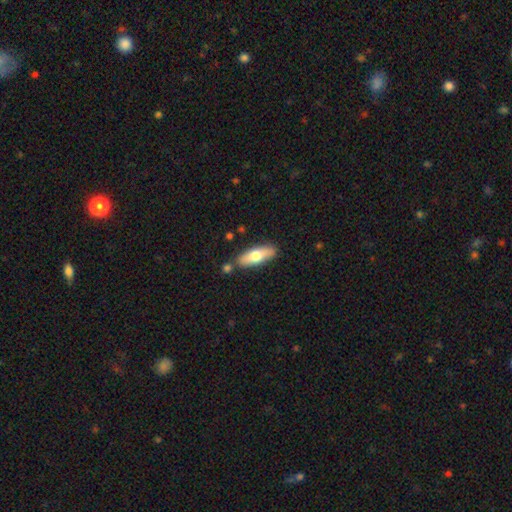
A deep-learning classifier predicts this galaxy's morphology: A smooth galaxy with no disk features (64%) that is in between round and cigar-shaped (55%). Merging: none (81%).